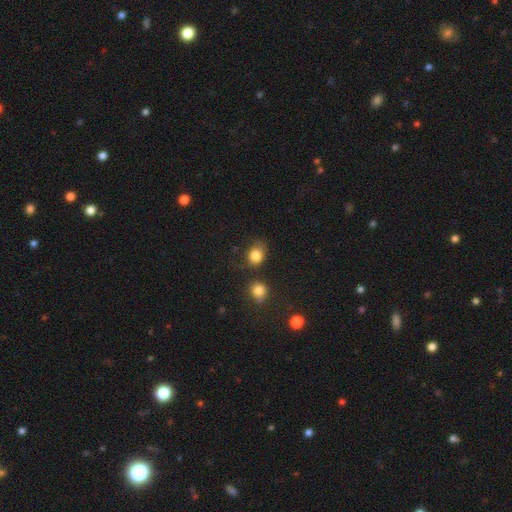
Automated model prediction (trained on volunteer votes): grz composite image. It shows a smooth galaxy with no disk features (83%) that is round (64%). Merging: none (63%).